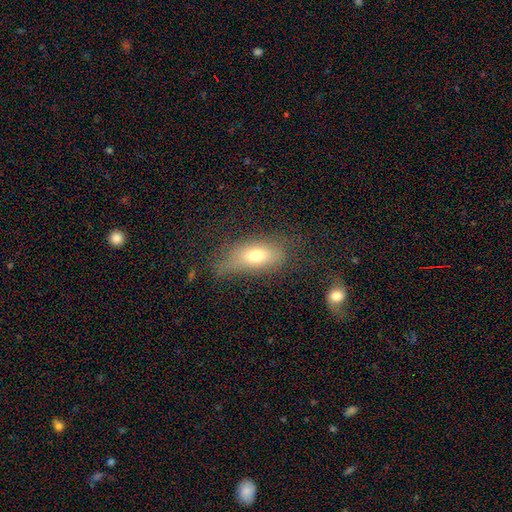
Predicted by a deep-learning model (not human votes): Overall: smooth (68%). How rounded: in between (80%). Merging: none (52%; minor disturbance 28%).